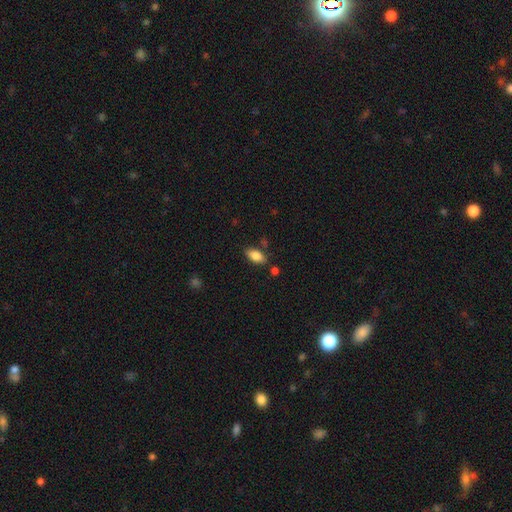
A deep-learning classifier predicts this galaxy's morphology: A smooth galaxy with no disk features (84%) that is in between round and cigar-shaped (90%).

Vote fractions:
- Smooth or featured? smooth: 84% / featured or disk: 9% / star or artifact: 7%
- How rounded? in between: 90% / cigar-shaped: 7% / round: 3%
- Merging? none: 79% / minor disturbance: 12% / merger: 5% / major disturbance: 3%